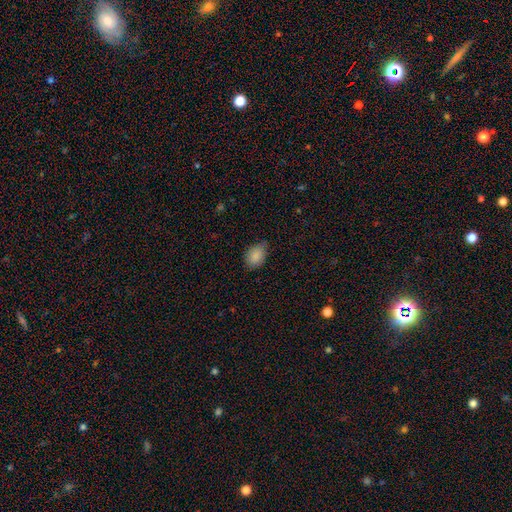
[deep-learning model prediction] The model was most divided on "merging": none: 67%, minor disturbance: 27%, major disturbance: 4%, merger: 1%. More confident: smooth or featured — smooth (87%); how rounded — in between (79%).